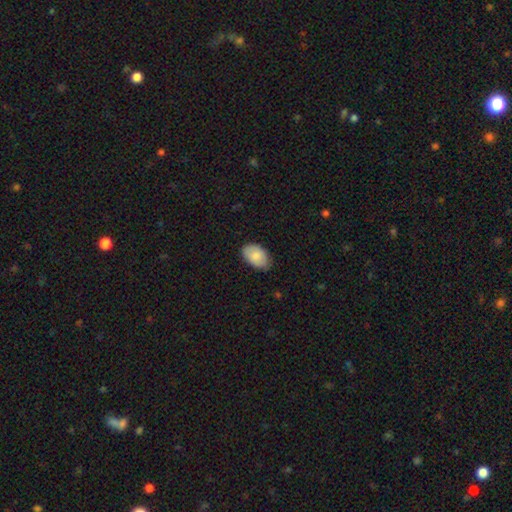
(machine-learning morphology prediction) Q: Smooth or featured?
A: smooth (85%); runner-up: featured or disk (9%)
Q: How rounded?
A: in between (92%); runner-up: round (6%)
Q: Merging?
A: none (80%); runner-up: minor disturbance (16%)